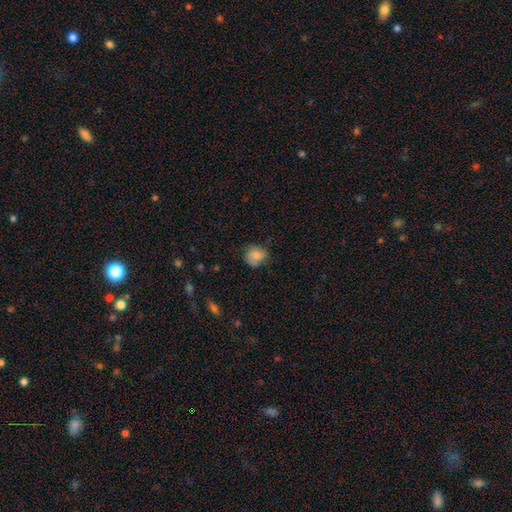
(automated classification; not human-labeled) Smooth or featured? smooth (73%)
How rounded? round (68%)
Merging? none (60%)